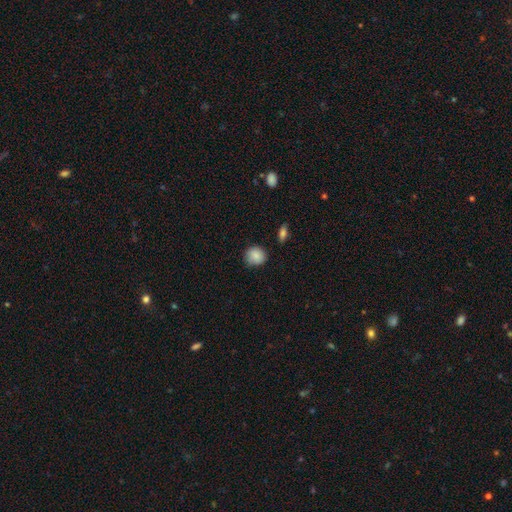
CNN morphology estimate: This is clearly a smooth galaxy (87%). How rounded: clearly round (82%). Merging: likely none (76%).